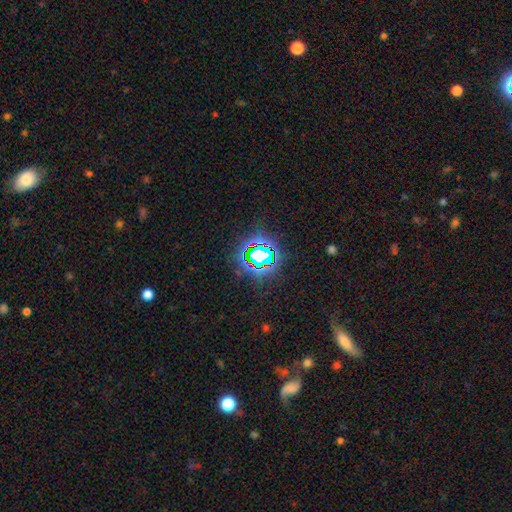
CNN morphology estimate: smooth-or-featured: star or artifact: 78% | smooth: 14% | featured or disk: 8%